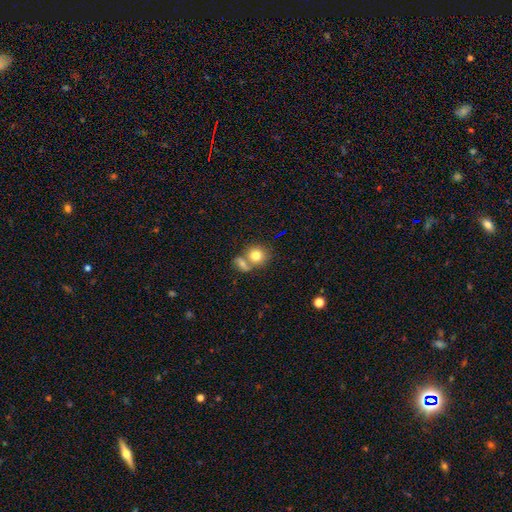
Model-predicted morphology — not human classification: Smooth or featured? smooth (78%)
How rounded? round (76%)
Merging? none (45%)